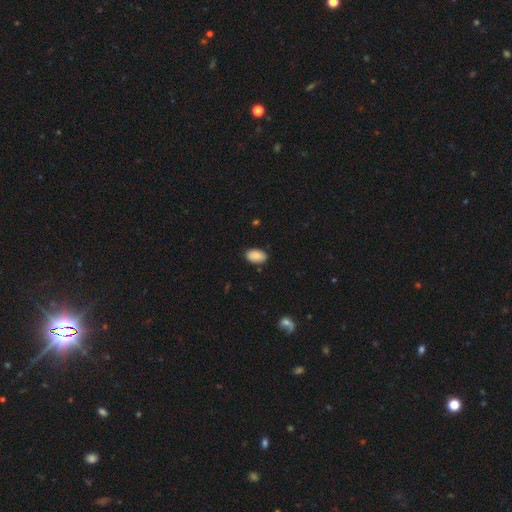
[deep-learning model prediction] Smooth or featured?
  - smooth: 90% *
  - star or artifact: 7%
  - featured or disk: 4%
How rounded?
  - in between: 93% *
  - round: 5%
  - cigar-shaped: 2%
Merging?
  - none: 85% *
  - minor disturbance: 12%
  - major disturbance: 2%
  - merger: 1%